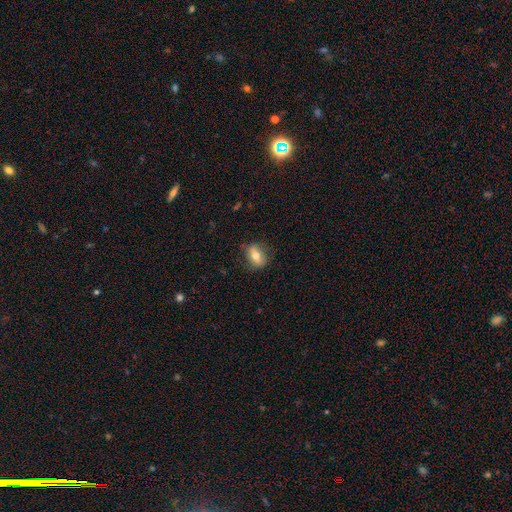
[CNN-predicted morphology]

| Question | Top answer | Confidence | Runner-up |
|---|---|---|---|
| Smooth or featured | smooth | 68% | featured or disk (24%) |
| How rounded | in between | 74% | round (21%) |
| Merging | none | 78% | minor disturbance (16%) |